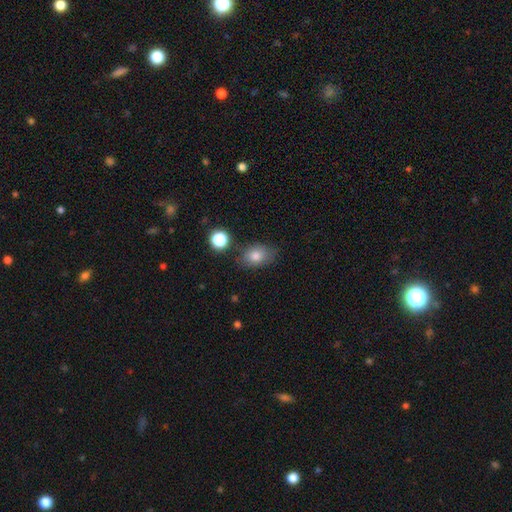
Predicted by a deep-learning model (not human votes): Morphology: type=smooth (81%); roundness=in between (77%); merging=none (73%).